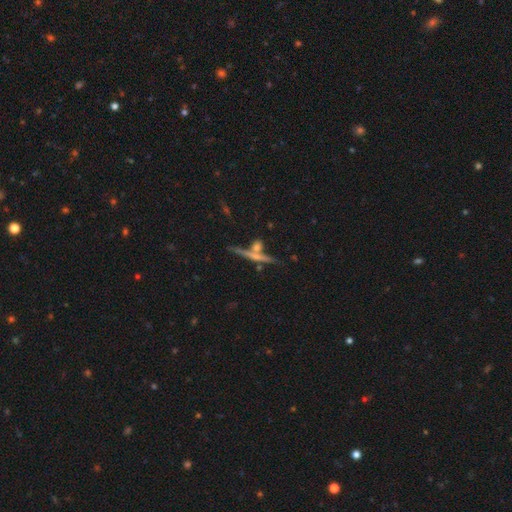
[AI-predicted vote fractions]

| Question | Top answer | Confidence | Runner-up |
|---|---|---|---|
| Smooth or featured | featured or disk | 56% | smooth (34%) |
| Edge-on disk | yes | 93% | no (7%) |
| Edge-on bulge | none | 56% | rounded (33%) |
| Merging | none | 65% | merger (21%) |